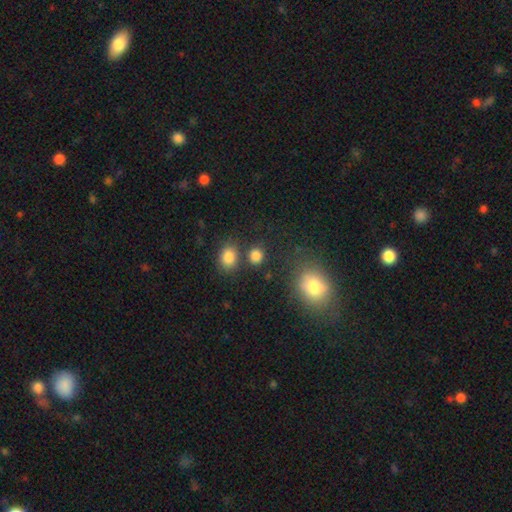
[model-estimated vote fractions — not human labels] smooth-or-featured: smooth: 83% | star or artifact: 12% | featured or disk: 5%
  how-rounded: round: 74% | in between: 25% | cigar-shaped: 1%
  merging: none: 76% | merger: 12% | minor disturbance: 9% | major disturbance: 4%